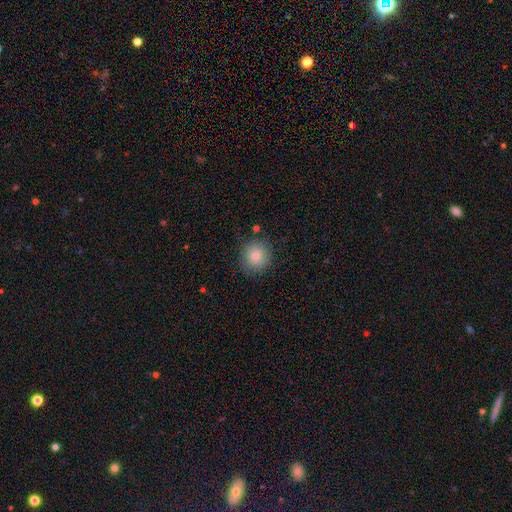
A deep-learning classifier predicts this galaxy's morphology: Q: Smooth or featured?
A: smooth (82%); runner-up: star or artifact (9%)
Q: How rounded?
A: round (91%); runner-up: in between (8%)
Q: Merging?
A: none (85%); runner-up: minor disturbance (10%)